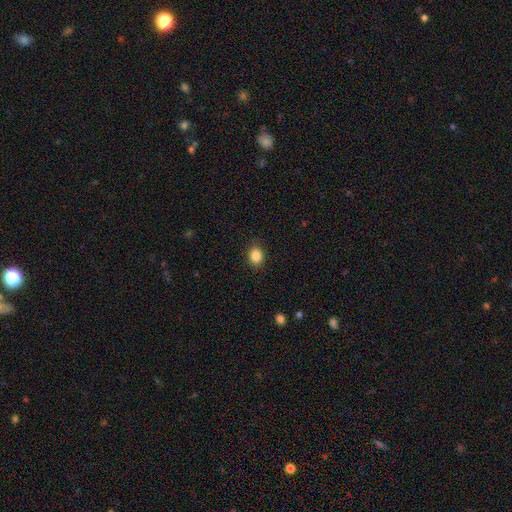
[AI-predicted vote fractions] smooth 86%, star or artifact 9%, featured or disk 4%. Down the decision tree: how rounded — in between (53%); merging — none (86%).